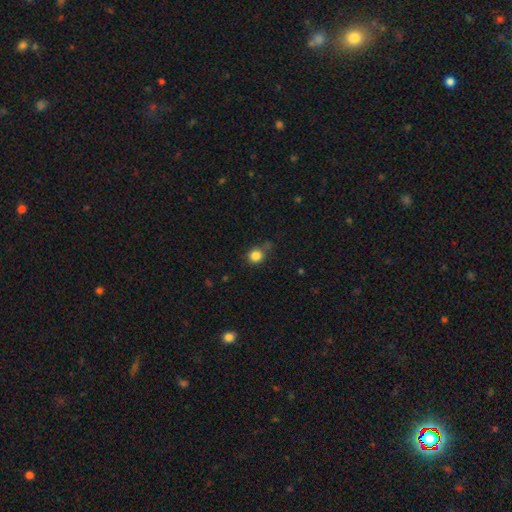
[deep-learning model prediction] Q: Smooth or featured?
A: smooth (84%); runner-up: star or artifact (12%)
Q: How rounded?
A: round (86%); runner-up: in between (13%)
Q: Merging?
A: none (74%); runner-up: minor disturbance (17%)